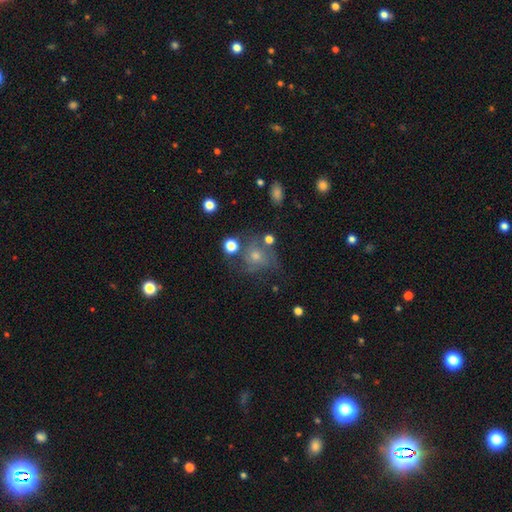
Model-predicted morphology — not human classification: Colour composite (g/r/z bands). It shows a featured or disk galaxy (43%). Merging: none (61%).